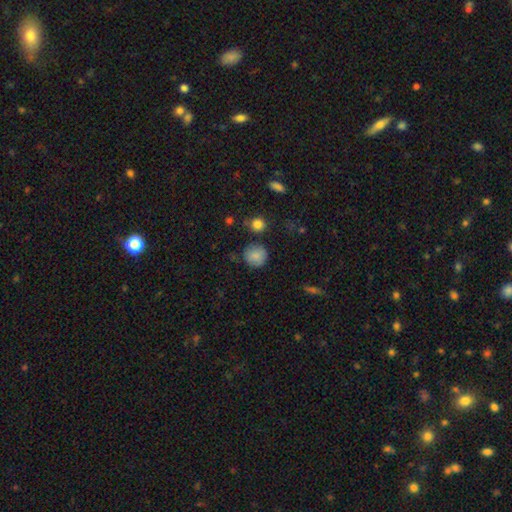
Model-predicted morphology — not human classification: smooth-or-featured: smooth: 84% | star or artifact: 9% | featured or disk: 7%
  how-rounded: round: 91% | in between: 8% | cigar-shaped: 1%
  merging: none: 82% | minor disturbance: 12% | major disturbance: 3% | merger: 3%